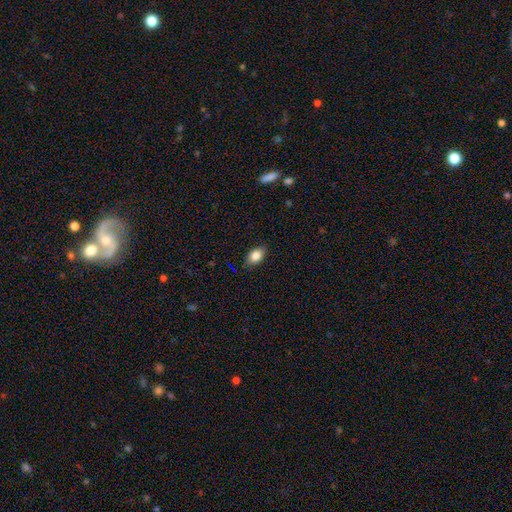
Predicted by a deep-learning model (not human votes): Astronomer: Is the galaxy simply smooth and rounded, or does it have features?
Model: smooth — 83%.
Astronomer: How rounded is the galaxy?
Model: in between — 86%.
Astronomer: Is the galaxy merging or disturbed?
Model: none — 84%.